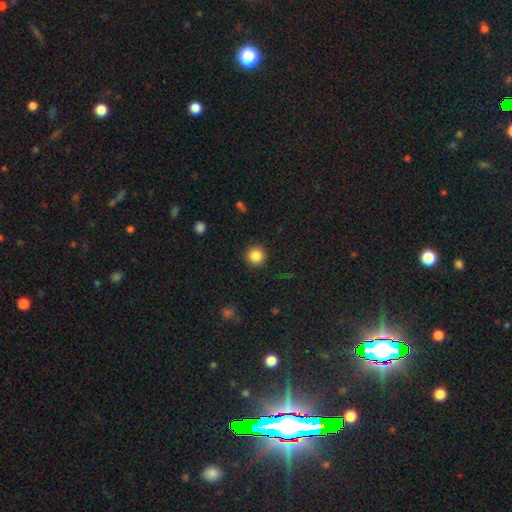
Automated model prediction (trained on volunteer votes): smooth_or_featured: smooth (p=0.86) [alt: star or artifact p=0.10]
how_rounded: round (p=0.95) [alt: in between p=0.04]
merging: none (p=0.91) [alt: minor disturbance p=0.06]